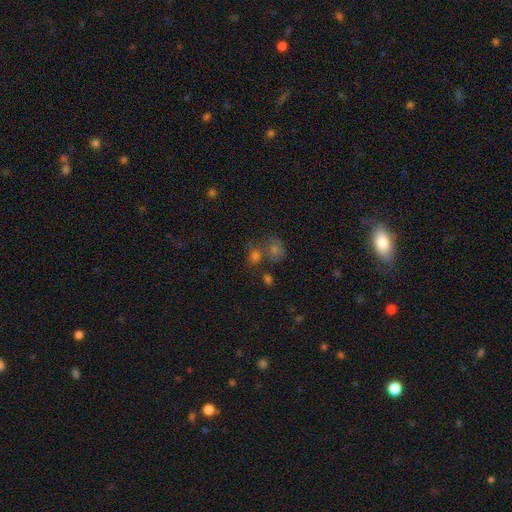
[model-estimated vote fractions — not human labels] Overall: smooth (57%; star or artifact 26%). How rounded: round (68%; in between 31%). Merging: none (45%; merger 37%).